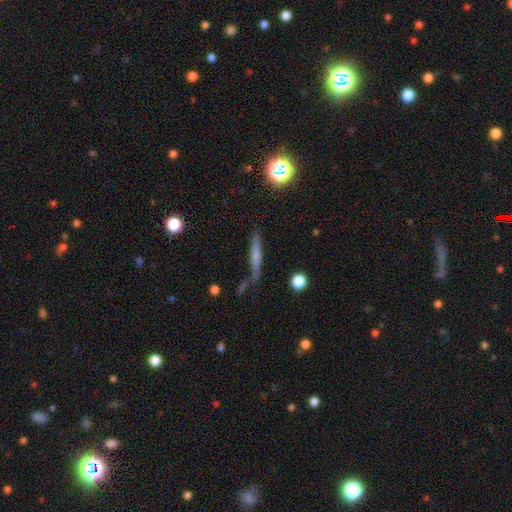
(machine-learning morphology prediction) A smooth galaxy with no disk features (55%) that is cigar-shaped (91%). Merging: none (74%).